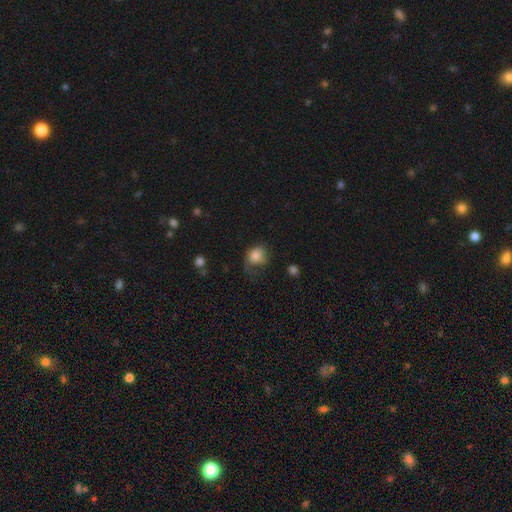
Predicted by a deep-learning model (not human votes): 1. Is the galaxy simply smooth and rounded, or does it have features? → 81% smooth, 10% star or artifact, 10% featured or disk.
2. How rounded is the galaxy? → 59% round, 40% in between, 1% cigar-shaped.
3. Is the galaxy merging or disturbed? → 37% none, 33% minor disturbance, 26% major disturbance, 3% merger.